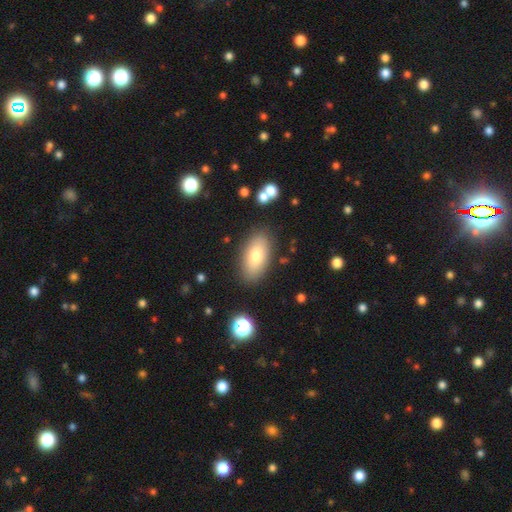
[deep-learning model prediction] Smooth or featured? smooth (76%)
How rounded? in between (91%)
Merging? none (85%)